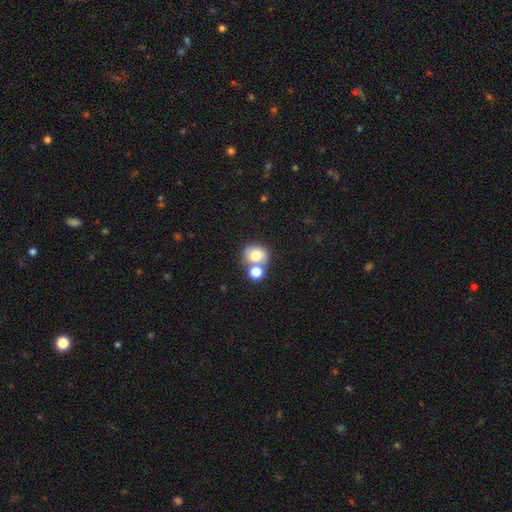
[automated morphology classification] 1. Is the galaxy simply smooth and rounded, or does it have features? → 76% smooth, 14% featured or disk, 10% star or artifact.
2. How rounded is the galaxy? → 75% round, 24% in between, 1% cigar-shaped.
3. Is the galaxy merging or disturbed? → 45% merger, 43% none, 9% minor disturbance, 4% major disturbance.